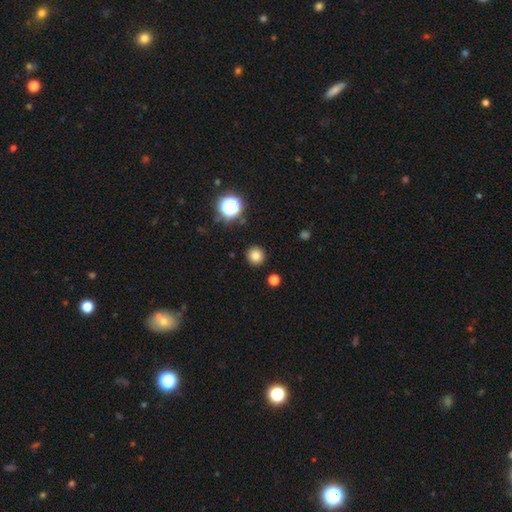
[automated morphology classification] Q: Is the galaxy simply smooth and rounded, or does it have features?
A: smooth — 80%.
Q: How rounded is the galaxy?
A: round — 94%.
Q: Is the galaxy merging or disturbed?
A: none — 92%.